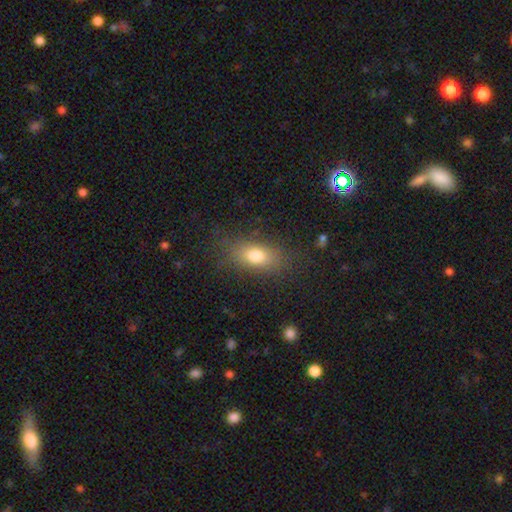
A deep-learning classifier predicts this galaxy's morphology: smooth_or_featured: smooth (p=0.77) [alt: featured or disk p=0.13]
how_rounded: in between (p=0.81) [alt: round p=0.10]
merging: none (p=0.79) [alt: minor disturbance p=0.14]